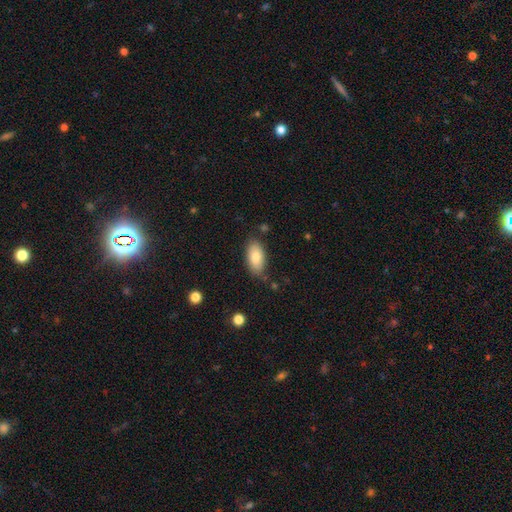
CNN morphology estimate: type=smooth (81%); roundness=in between (92%); merging=none (77%).